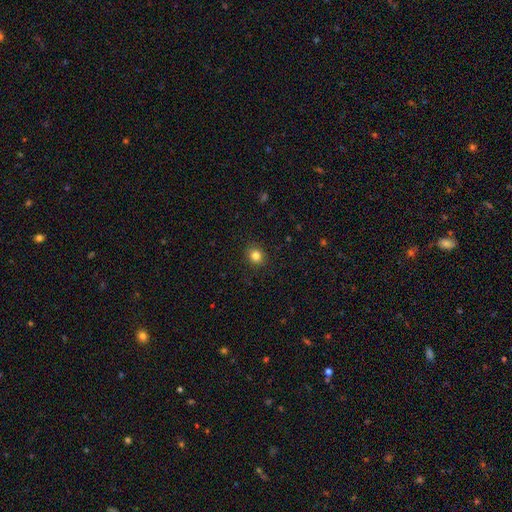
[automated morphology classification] Overall: smooth (83%). How rounded: round (81%). Merging: none (91%).